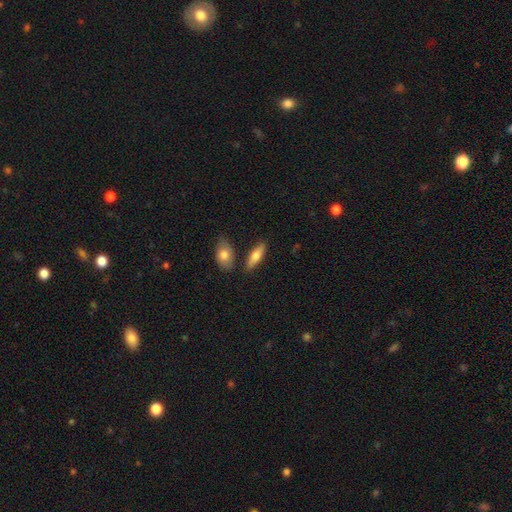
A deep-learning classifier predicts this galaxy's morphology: Q: Smooth or featured?
A: smooth (70%); runner-up: featured or disk (24%)
Q: How rounded?
A: in between (52%); runner-up: cigar-shaped (45%)
Q: Merging?
A: none (78%); runner-up: minor disturbance (11%)